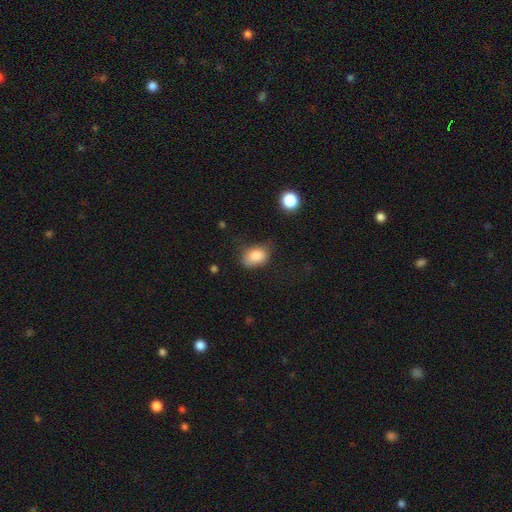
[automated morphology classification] Smooth or featured: smooth — 84% (star or artifact — 8%)
How rounded: in between — 79% (round — 20%)
Merging: none — 57% (minor disturbance — 31%)